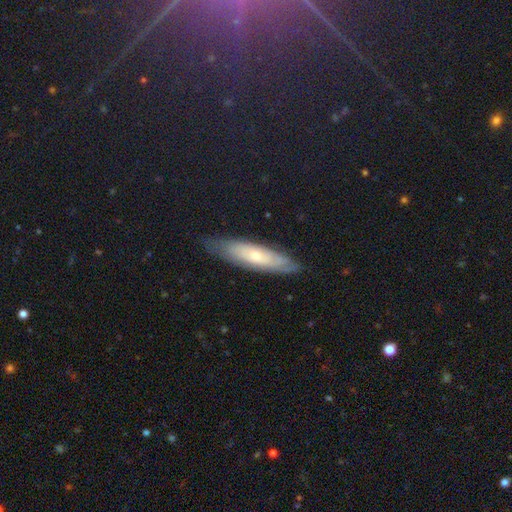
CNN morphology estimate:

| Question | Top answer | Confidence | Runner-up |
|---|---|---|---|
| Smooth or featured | featured or disk | 47% | smooth (43%) |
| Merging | none | 80% | minor disturbance (16%) |